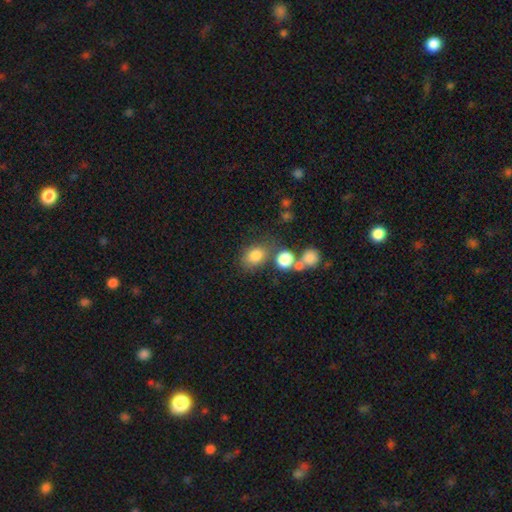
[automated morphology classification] This is likely a smooth galaxy (80%). How rounded: possibly in between (55%). Merging: likely none (62%).